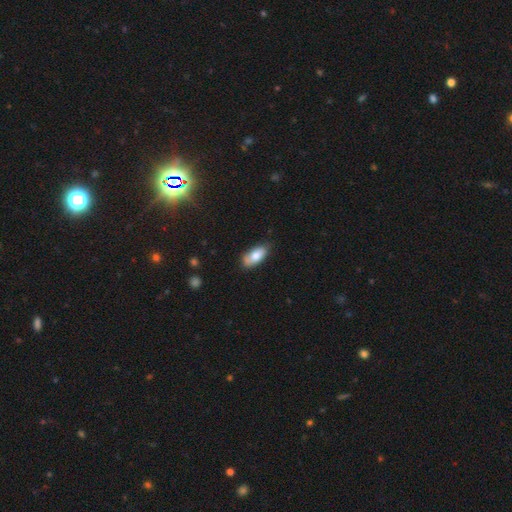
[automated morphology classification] smooth 76%, featured or disk 17%, star or artifact 6%. Down the decision tree: how rounded — in between (89%); merging — none (65%).